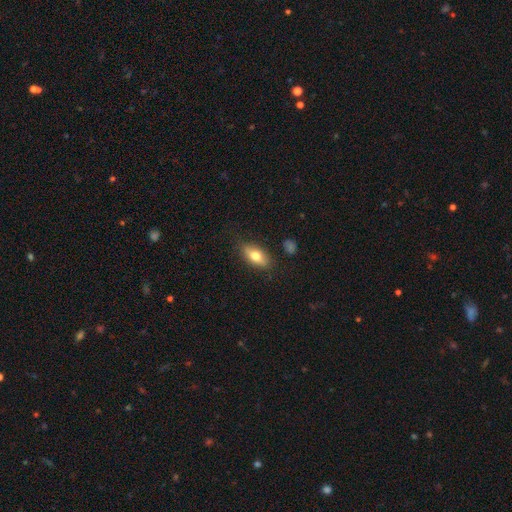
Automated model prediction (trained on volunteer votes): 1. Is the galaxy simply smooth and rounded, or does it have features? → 67% smooth, 26% featured or disk, 7% star or artifact.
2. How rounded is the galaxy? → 83% in between, 12% cigar-shaped, 5% round.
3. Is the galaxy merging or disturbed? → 81% none, 14% minor disturbance, 3% major disturbance, 2% merger.